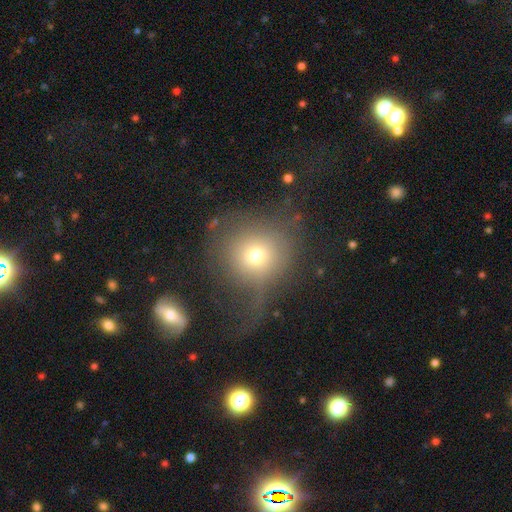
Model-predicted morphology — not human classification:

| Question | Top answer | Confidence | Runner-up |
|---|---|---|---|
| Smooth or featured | smooth | 63% | featured or disk (23%) |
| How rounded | round | 84% | in between (14%) |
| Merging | major disturbance | 42% | none (33%) |